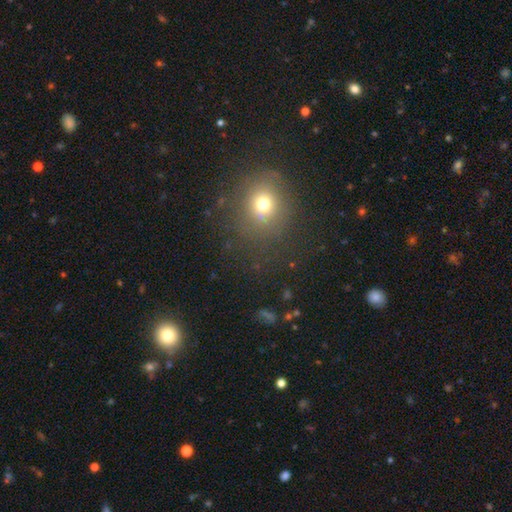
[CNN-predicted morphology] Smooth or featured? Predicted: smooth (p=0.64). How rounded? Predicted: round (p=0.76). Merging? Predicted: none (p=0.82).